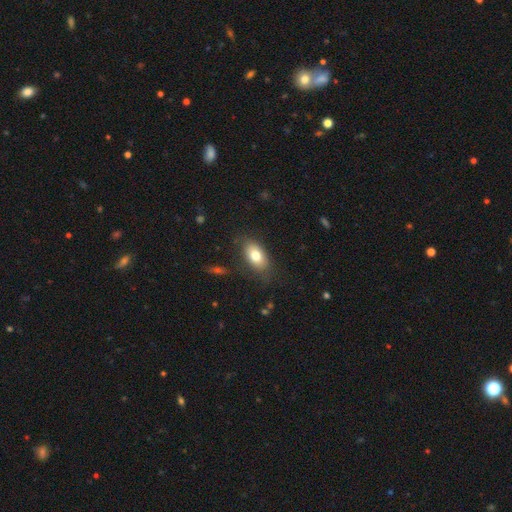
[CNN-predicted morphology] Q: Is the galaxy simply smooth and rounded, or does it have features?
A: smooth — 78%.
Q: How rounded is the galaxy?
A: in between — 90%.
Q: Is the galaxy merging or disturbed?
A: none — 78%.